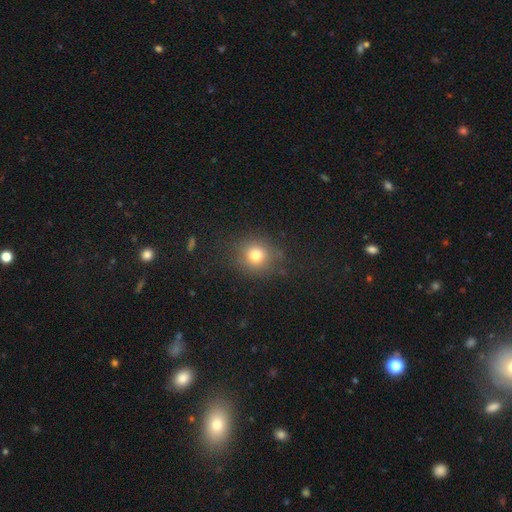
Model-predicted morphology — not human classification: Overall: smooth (75%). How rounded: round (85%). Merging: none (82%).